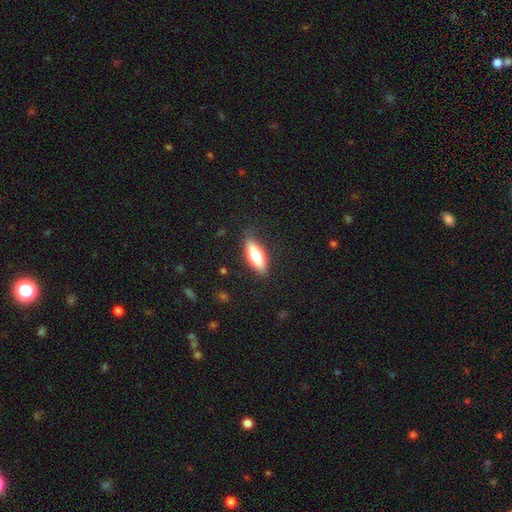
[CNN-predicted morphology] A smooth galaxy with no disk features (68%) that is in between round and cigar-shaped (58%). Merging: none (84%).